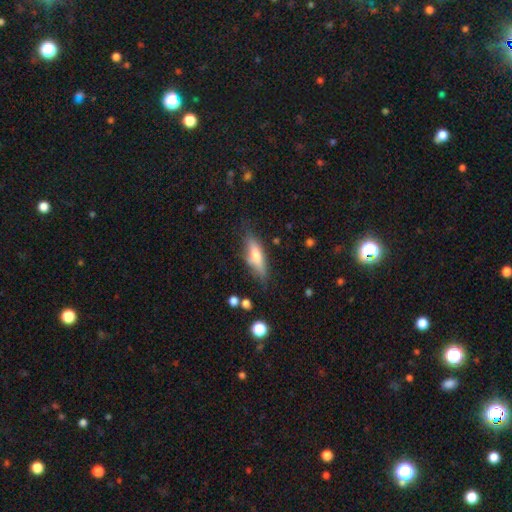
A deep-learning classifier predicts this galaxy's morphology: smooth-or-featured: smooth: 53% | featured or disk: 40% | star or artifact: 7%
  how-rounded: cigar-shaped: 57% | in between: 41% | round: 2%
  merging: none: 75% | minor disturbance: 17% | major disturbance: 5% | merger: 3%